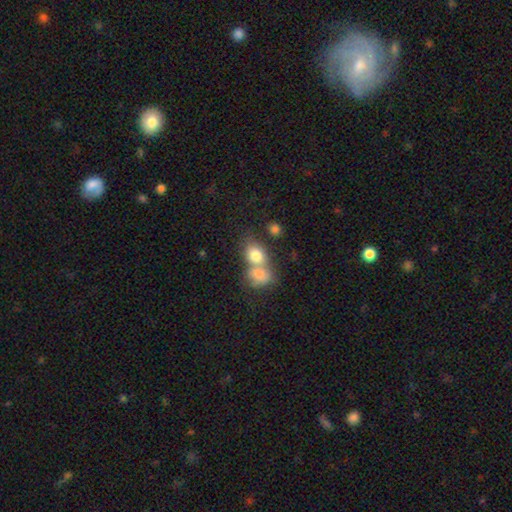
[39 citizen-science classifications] Smooth or featured? 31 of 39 (79%) said smooth. How rounded? 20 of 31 (65%) said round. Merging? 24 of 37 (65%) said merger.